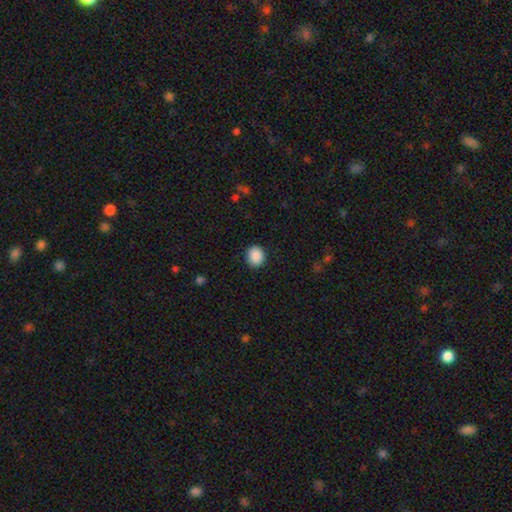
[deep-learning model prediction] A smooth galaxy with no disk features (89%) that is round (74%).

Vote fractions:
- Smooth or featured? smooth: 89% / star or artifact: 8% / featured or disk: 3%
- How rounded? round: 74% / in between: 25% / cigar-shaped: 1%
- Merging? none: 90% / minor disturbance: 7% / major disturbance: 2% / merger: 1%